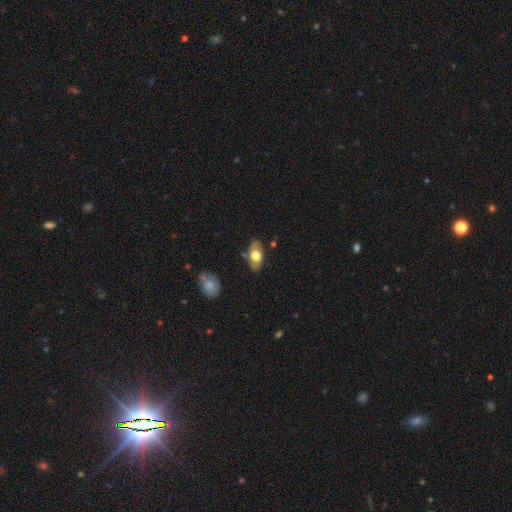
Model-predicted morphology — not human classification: smooth 67%, featured or disk 27%, star or artifact 6%. Down the decision tree: how rounded — in between (91%); merging — none (80%).